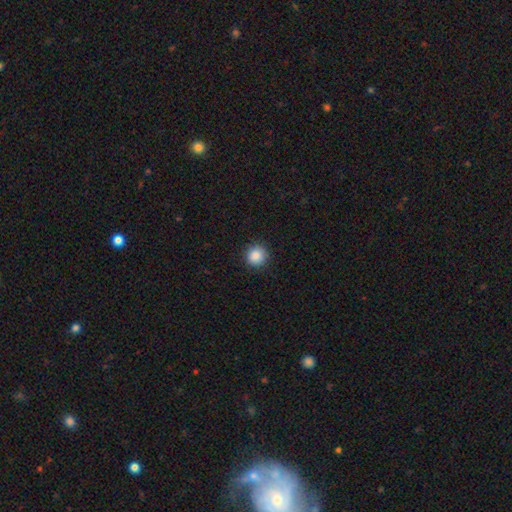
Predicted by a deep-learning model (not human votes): Morphology: type=smooth (87%); roundness=round (94%); merging=none (91%).